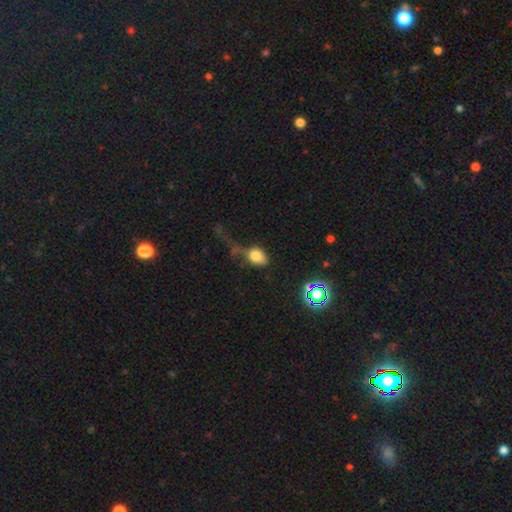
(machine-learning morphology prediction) Smooth or featured? smooth (77%)
How rounded? in between (76%)
Merging? major disturbance (42%)